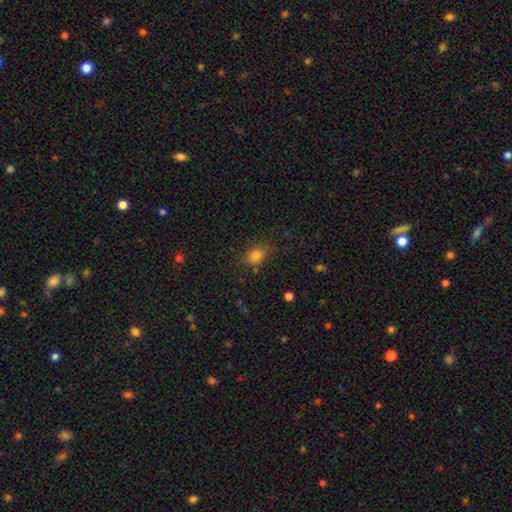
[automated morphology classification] Q: Smooth or featured?
A: smooth (78%); runner-up: star or artifact (15%)
Q: How rounded?
A: in between (52%); runner-up: round (46%)
Q: Merging?
A: none (78%); runner-up: minor disturbance (15%)